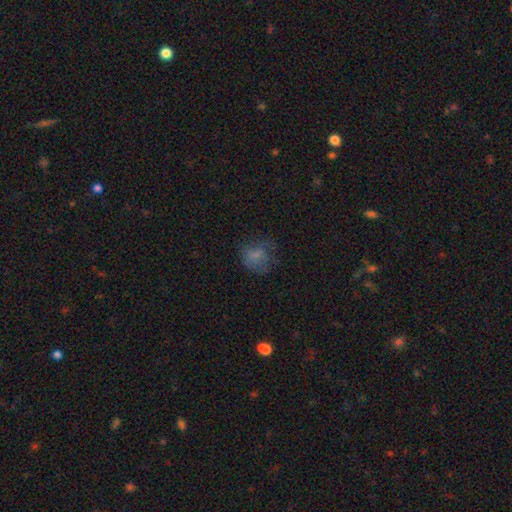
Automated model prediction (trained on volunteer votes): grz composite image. It shows a smooth galaxy with no disk features (64%) that is round (63%). Merging: none (48%).